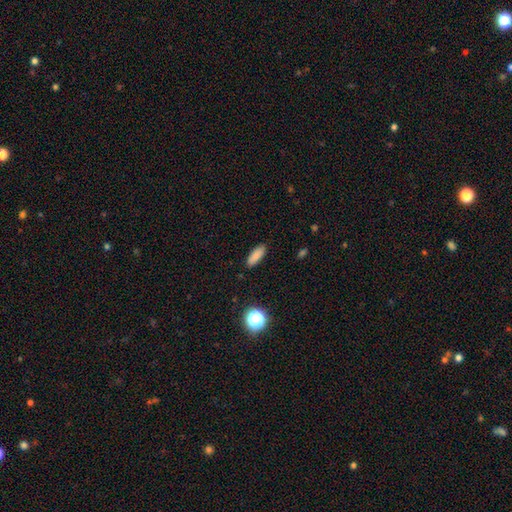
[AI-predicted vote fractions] smooth_or_featured: smooth (p=0.85) [alt: star or artifact p=0.10]
how_rounded: in between (p=0.66) [alt: cigar-shaped p=0.31]
merging: none (p=0.87) [alt: minor disturbance p=0.09]